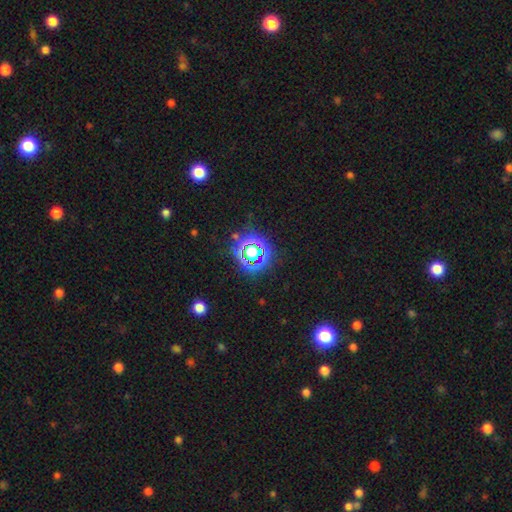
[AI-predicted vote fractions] Q: Smooth or featured?
A: star or artifact (65%); runner-up: smooth (23%)